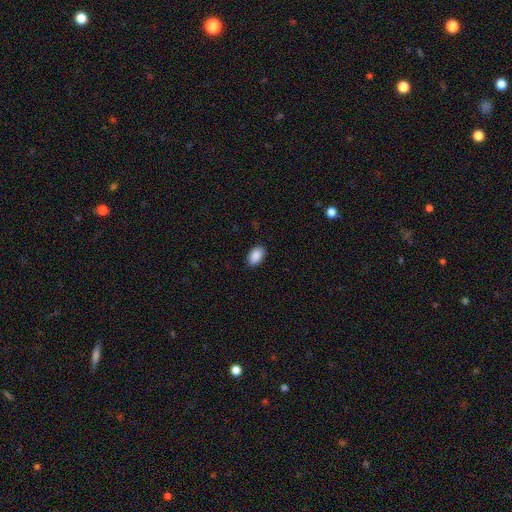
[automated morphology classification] Smooth or featured? smooth (90%)
How rounded? in between (90%)
Merging? none (89%)